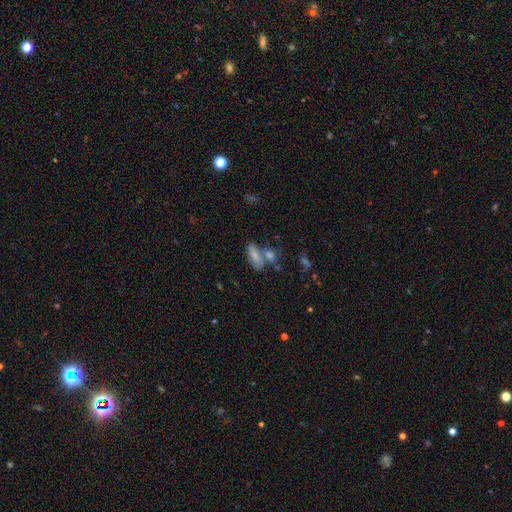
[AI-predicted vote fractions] Overall: smooth (75%). How rounded: in between (75%). Merging: none (43%; merger 37%).